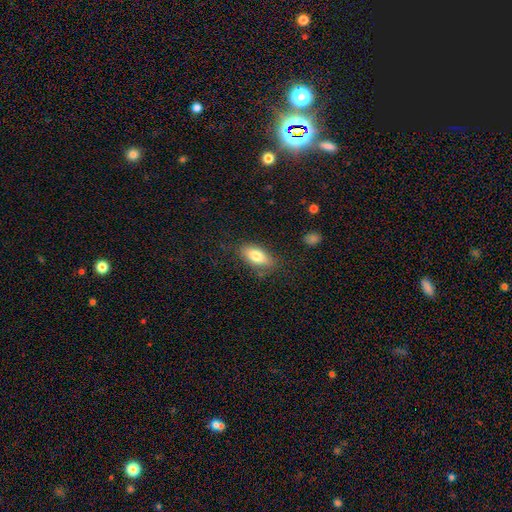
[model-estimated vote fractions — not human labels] Q: Smooth or featured?
A: smooth (79%); runner-up: featured or disk (14%)
Q: How rounded?
A: in between (87%); runner-up: cigar-shaped (10%)
Q: Merging?
A: none (78%); runner-up: minor disturbance (15%)